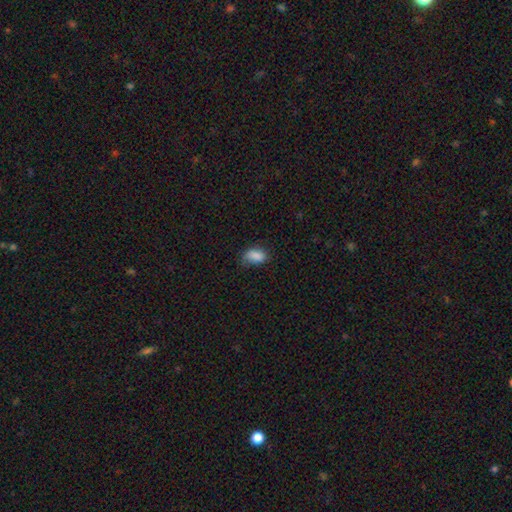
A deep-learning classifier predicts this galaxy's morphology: This is clearly a smooth galaxy (86%). How rounded: clearly in between (89%). Merging: possibly none (60%).